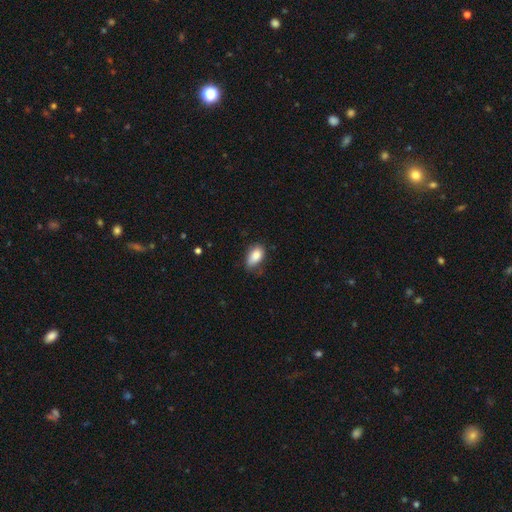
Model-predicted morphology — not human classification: Overall: smooth (85%). How rounded: in between (91%). Merging: none (67%).